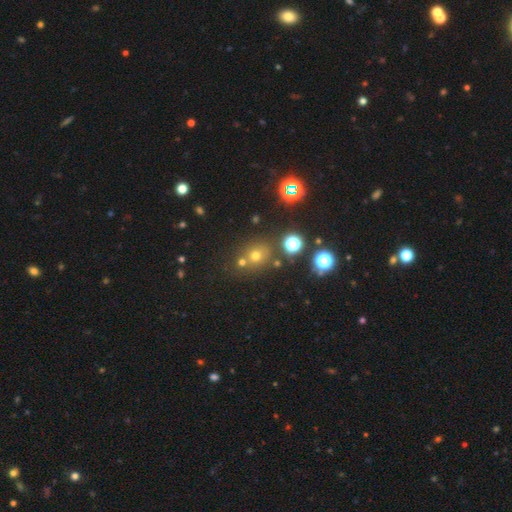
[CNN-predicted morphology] smooth_or_featured: smooth (p=0.55) [alt: star or artifact p=0.34]
how_rounded: round (p=0.77) [alt: in between p=0.21]
merging: none (p=0.69) [alt: merger p=0.17]